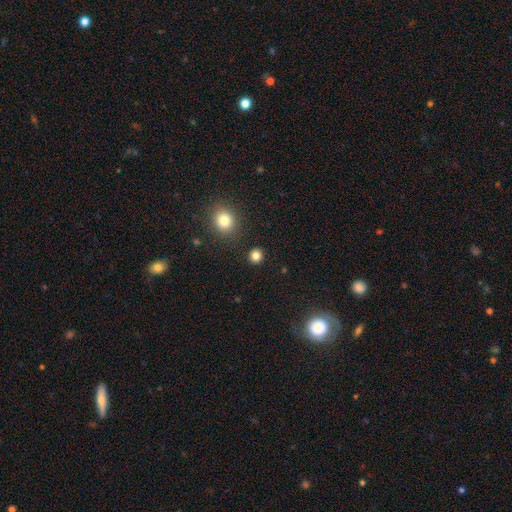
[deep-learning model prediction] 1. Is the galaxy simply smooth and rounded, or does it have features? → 84% smooth, 13% star or artifact, 3% featured or disk.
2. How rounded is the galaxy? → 89% round, 10% in between, 1% cigar-shaped.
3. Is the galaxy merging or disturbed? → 90% none, 6% minor disturbance, 2% major disturbance, 2% merger.